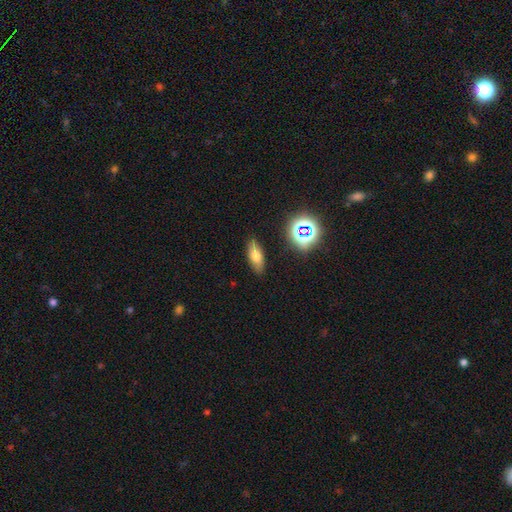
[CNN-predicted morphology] smooth_or_featured: smooth (p=0.67) [alt: featured or disk p=0.19]
how_rounded: in between (p=0.70) [alt: cigar-shaped p=0.24]
merging: none (p=0.84) [alt: minor disturbance p=0.11]